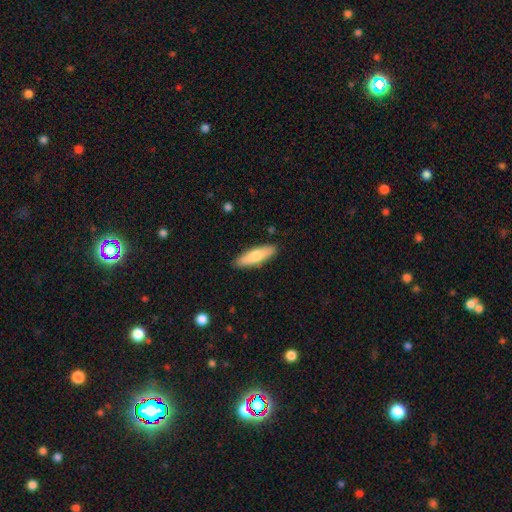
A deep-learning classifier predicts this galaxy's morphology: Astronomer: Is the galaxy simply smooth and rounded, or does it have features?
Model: smooth — 74%.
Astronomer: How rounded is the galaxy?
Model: cigar-shaped — 57% (runner-up: in between, 42%).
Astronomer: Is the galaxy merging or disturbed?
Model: none — 88%.